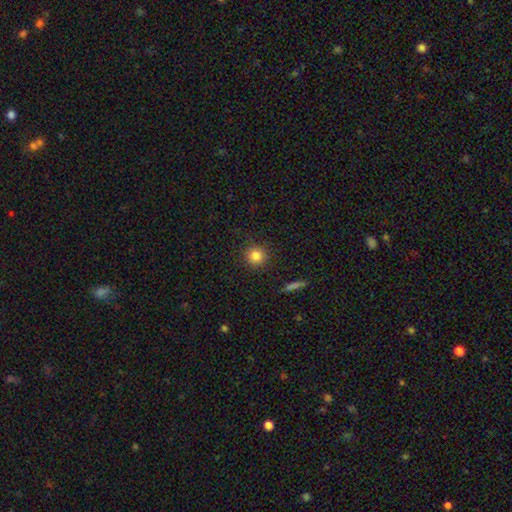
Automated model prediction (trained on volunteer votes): Smooth or featured?
  - smooth: 83% *
  - star or artifact: 11%
  - featured or disk: 6%
How rounded?
  - round: 93% *
  - in between: 6%
  - cigar-shaped: 1%
Merging?
  - none: 89% *
  - minor disturbance: 7%
  - major disturbance: 2%
  - merger: 1%